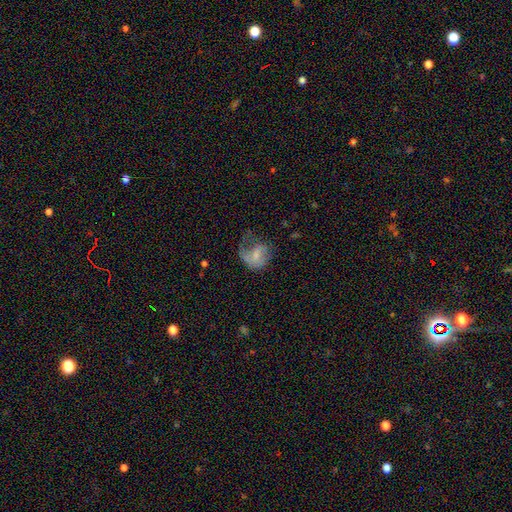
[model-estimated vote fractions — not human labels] featured or disk 47%, smooth 44%, star or artifact 8%. Down the decision tree: merging — major disturbance (47%).